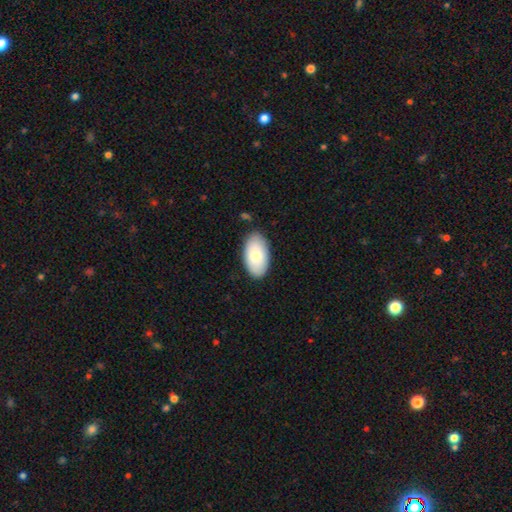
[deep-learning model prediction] A smooth galaxy with no disk features (77%) that is in between round and cigar-shaped (95%).

Vote fractions:
- Smooth or featured? smooth: 77% / featured or disk: 17% / star or artifact: 6%
- How rounded? in between: 95% / round: 3% / cigar-shaped: 1%
- Merging? none: 85% / minor disturbance: 11% / major disturbance: 2% / merger: 2%